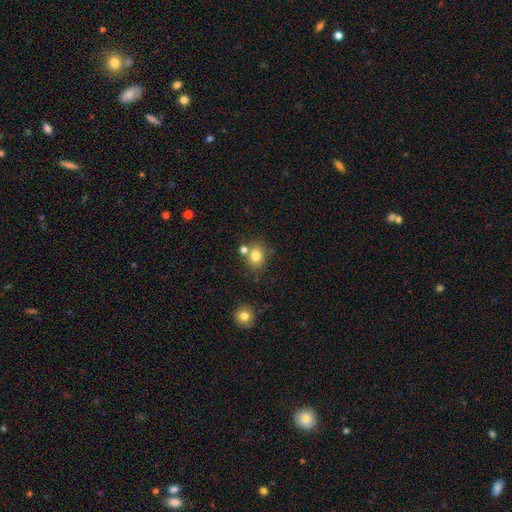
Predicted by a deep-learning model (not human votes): Smooth or featured?
  - smooth: 79% *
  - star or artifact: 12%
  - featured or disk: 9%
How rounded?
  - round: 66% *
  - in between: 33%
  - cigar-shaped: 1%
Merging?
  - none: 70% *
  - merger: 15%
  - minor disturbance: 11%
  - major disturbance: 3%